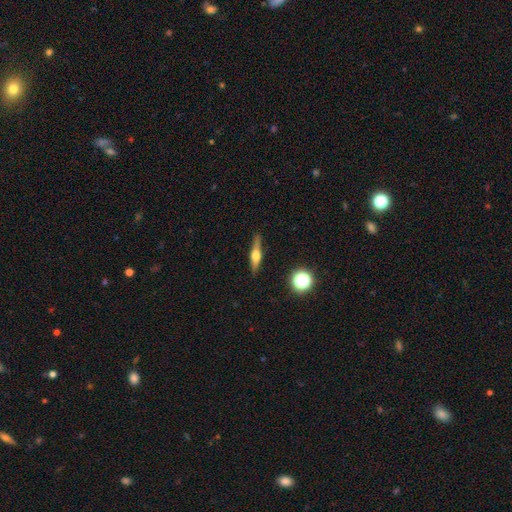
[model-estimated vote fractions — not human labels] Q: Smooth or featured?
A: featured or disk (64%); runner-up: smooth (28%)
Q: Edge-on disk?
A: yes (96%); runner-up: no (4%)
Q: Edge-on bulge?
A: rounded (90%); runner-up: boxy (8%)
Q: Merging?
A: none (87%); runner-up: minor disturbance (10%)